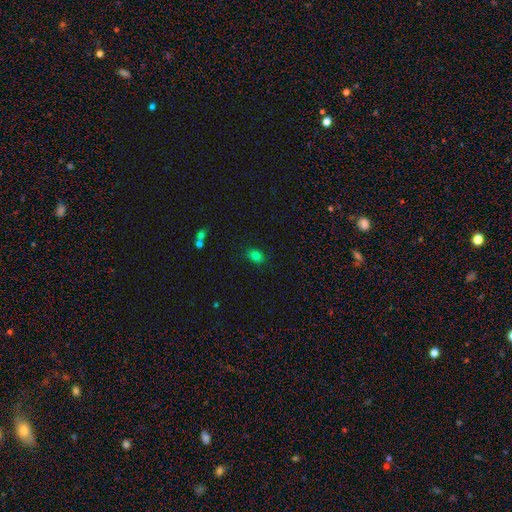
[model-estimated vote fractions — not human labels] Overall: smooth (79%). How rounded: in between (65%; round 34%). Merging: none (80%).